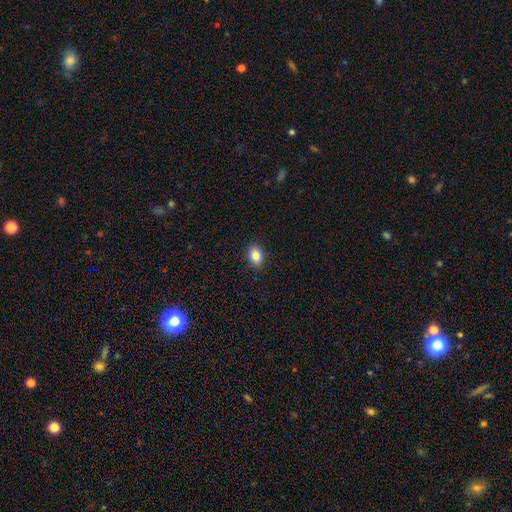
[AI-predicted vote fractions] Morphology: type=smooth (85%); roundness=in between (74%); merging=none (90%).